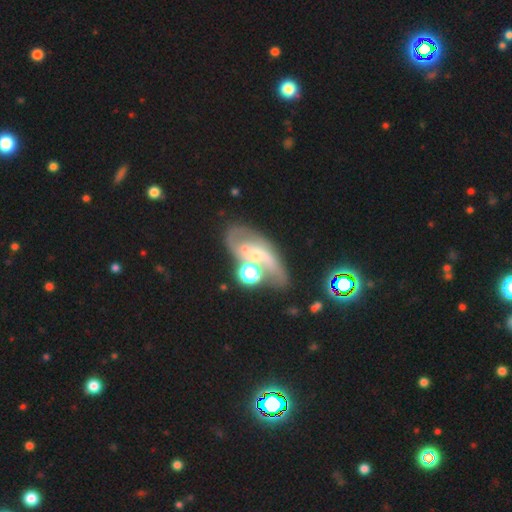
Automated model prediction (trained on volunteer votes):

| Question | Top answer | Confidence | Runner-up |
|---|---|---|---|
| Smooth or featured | featured or disk | 72% | smooth (16%) |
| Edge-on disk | no | 94% | yes (6%) |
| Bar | no | 52% | weak (35%) |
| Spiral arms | yes | 87% | no (13%) |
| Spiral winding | medium | 43% | loose (36%) |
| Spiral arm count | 2 | 76% | can't tell (11%) |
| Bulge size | small | 57% | moderate (33%) |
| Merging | none | 47% | merger (24%) |